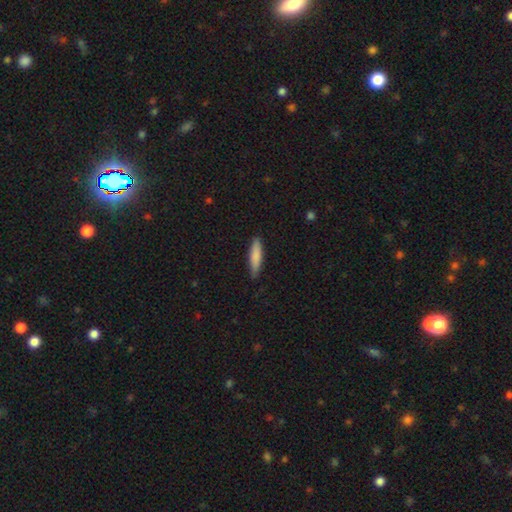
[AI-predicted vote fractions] A smooth galaxy with no disk features (80%) that is cigar-shaped (82%). Merging: none (85%).